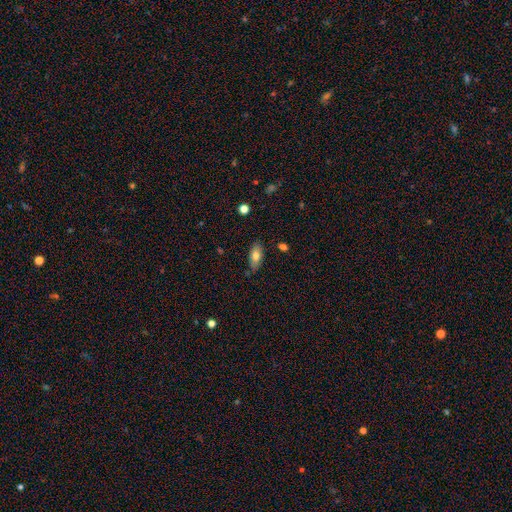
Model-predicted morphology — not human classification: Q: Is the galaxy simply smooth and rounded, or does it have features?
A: smooth — 75%.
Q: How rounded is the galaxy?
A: in between — 88%.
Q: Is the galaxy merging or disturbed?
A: none — 78%.